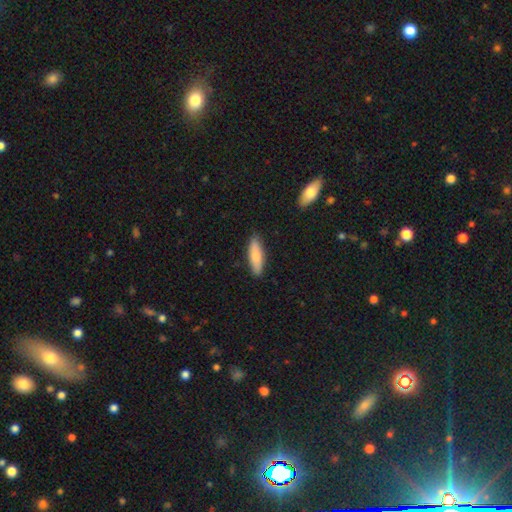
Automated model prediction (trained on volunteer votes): Smooth or featured? Predicted: smooth (p=0.78). How rounded? Predicted: cigar-shaped (p=0.58). Merging? Predicted: none (p=0.88).